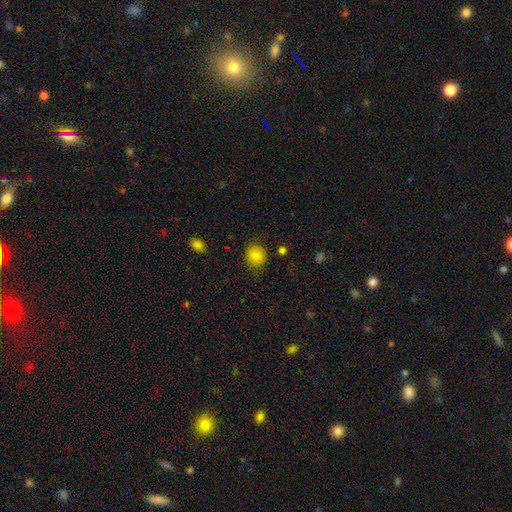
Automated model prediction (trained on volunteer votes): Overall: smooth (85%). How rounded: round (78%). Merging: none (83%).